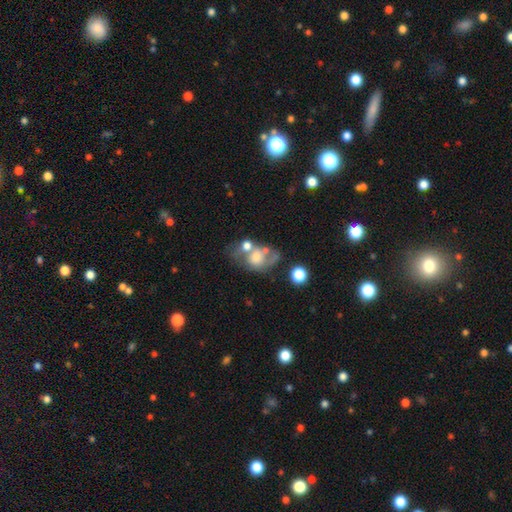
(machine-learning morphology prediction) Smooth or featured?
  - featured or disk: 47% *
  - smooth: 37%
  - star or artifact: 16%
Merging?
  - none: 35% *
  - merger: 30%
  - minor disturbance: 17%
  - major disturbance: 17%